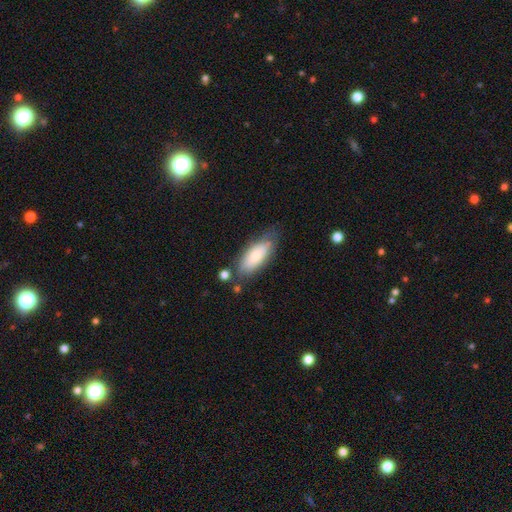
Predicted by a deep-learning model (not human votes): smooth 73%, featured or disk 20%, star or artifact 6%. Down the decision tree: how rounded — in between (78%); merging — none (63%).